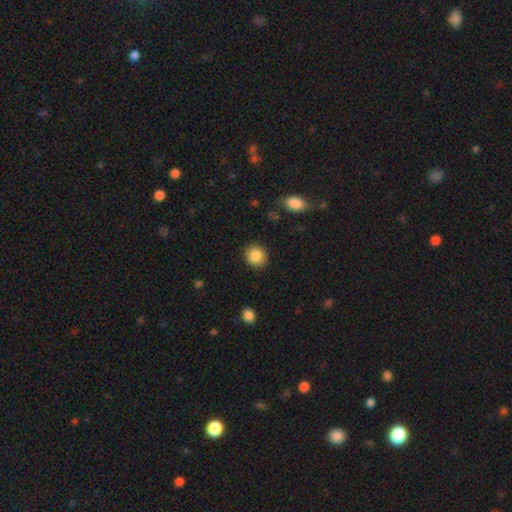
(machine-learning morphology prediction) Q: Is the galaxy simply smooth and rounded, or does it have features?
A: smooth — 86%.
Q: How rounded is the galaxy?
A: round — 83%.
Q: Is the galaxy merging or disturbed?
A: none — 89%.